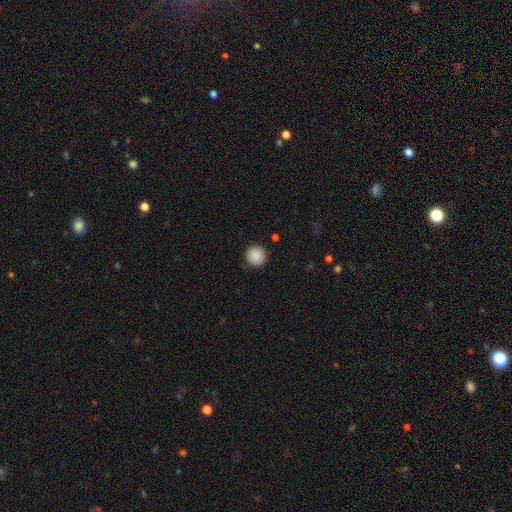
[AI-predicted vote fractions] Smooth or featured: smooth — 89% (star or artifact — 8%)
How rounded: round — 96% (in between — 3%)
Merging: none — 92% (minor disturbance — 5%)